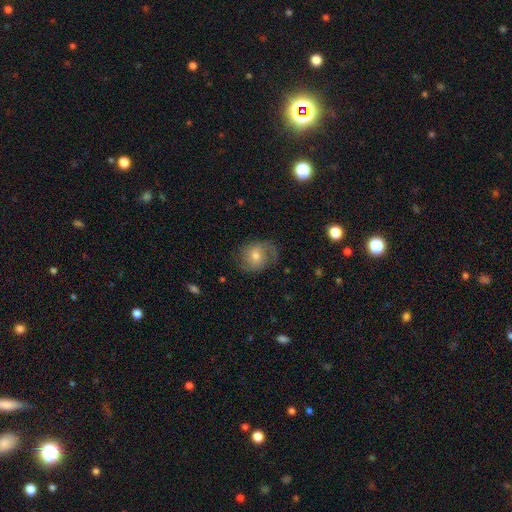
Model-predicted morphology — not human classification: featured or disk 56%, smooth 36%, star or artifact 8%. Down the decision tree: edge-on disk — no (97%); bar — no (51%); spiral arms — yes (87%); bulge size — moderate (61%); merging — none (66%).